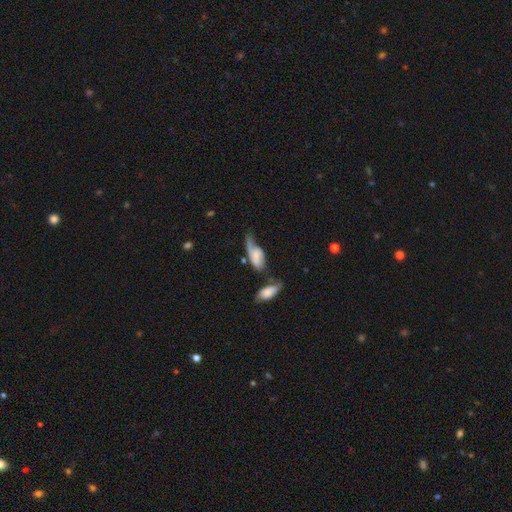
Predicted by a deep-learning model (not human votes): The model was most divided on "merging": major disturbance: 33%, minor disturbance: 25%, none: 23%, merger: 19%. More confident: how rounded — in between (83%); smooth or featured — smooth (53%).